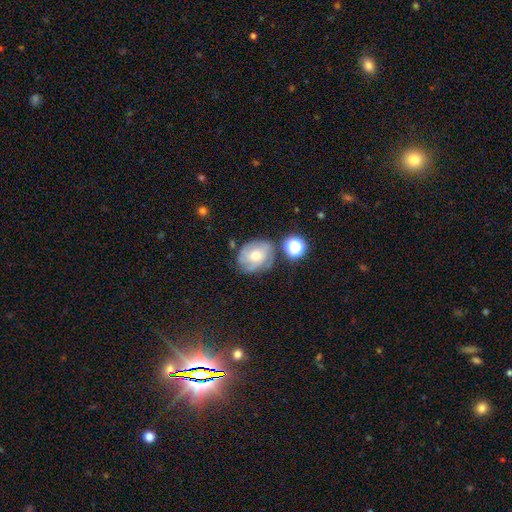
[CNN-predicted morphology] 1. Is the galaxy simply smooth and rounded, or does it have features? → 53% featured or disk, 36% smooth, 11% star or artifact.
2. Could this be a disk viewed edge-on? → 96% no, 4% yes.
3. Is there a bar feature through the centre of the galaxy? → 75% no, 21% weak, 4% strong.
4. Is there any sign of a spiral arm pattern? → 77% yes, 23% no.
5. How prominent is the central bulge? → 63% moderate, 26% small, 7% large, 2% none, 1% dominant.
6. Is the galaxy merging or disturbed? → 60% none, 22% minor disturbance, 9% major disturbance, 9% merger.